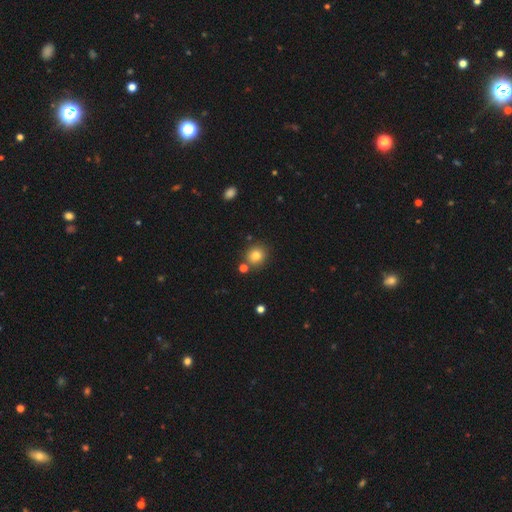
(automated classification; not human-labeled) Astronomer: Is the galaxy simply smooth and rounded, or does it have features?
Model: smooth — 81%.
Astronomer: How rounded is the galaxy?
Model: round — 87%.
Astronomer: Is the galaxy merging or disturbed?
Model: none — 80%.